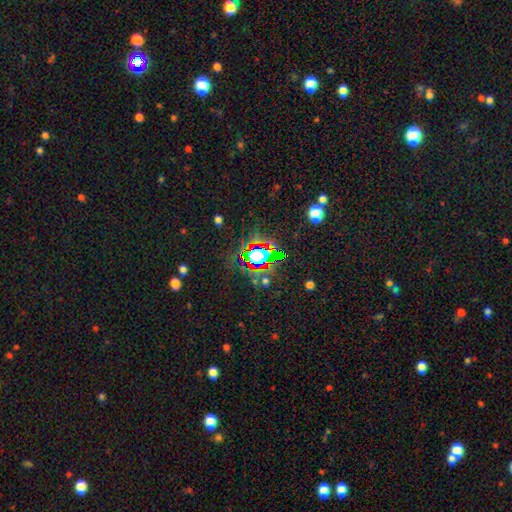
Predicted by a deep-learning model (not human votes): Smooth or featured?
  - star or artifact: 69% *
  - smooth: 19%
  - featured or disk: 12%